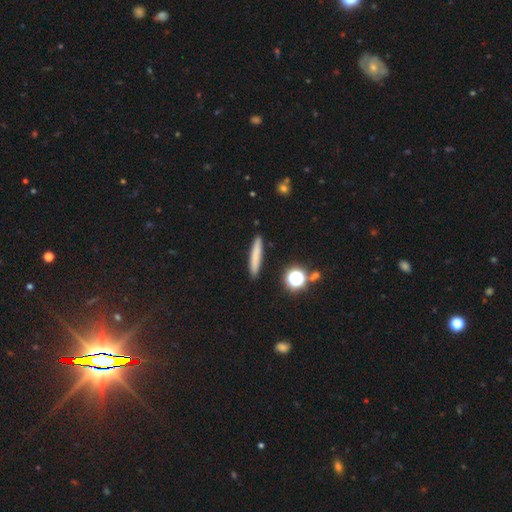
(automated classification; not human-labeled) The model was most divided on "smooth or featured": smooth: 73%, featured or disk: 17%, star or artifact: 10%. More confident: how rounded — cigar-shaped (93%); merging — none (90%).